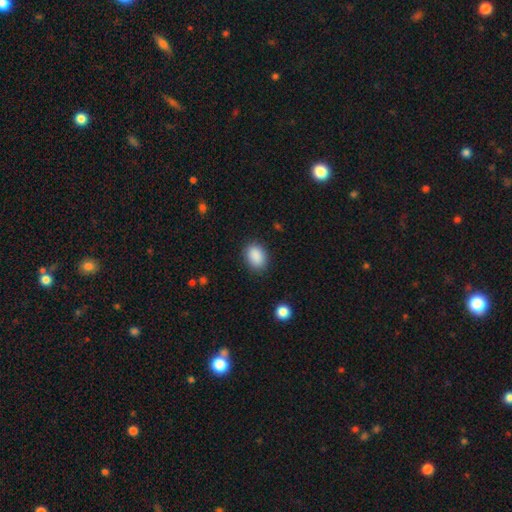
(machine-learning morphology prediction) smooth 89%, star or artifact 8%, featured or disk 3%. Down the decision tree: how rounded — in between (78%); merging — none (86%).